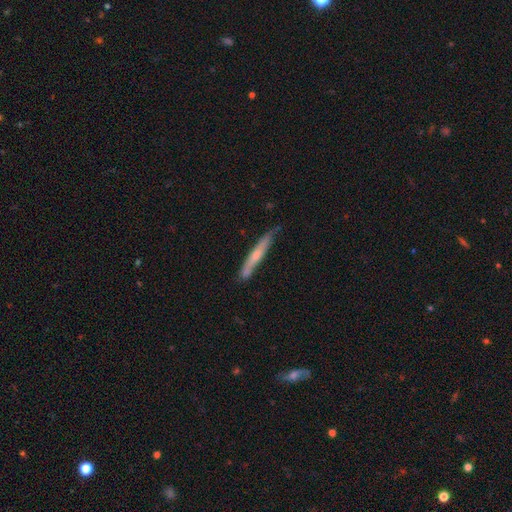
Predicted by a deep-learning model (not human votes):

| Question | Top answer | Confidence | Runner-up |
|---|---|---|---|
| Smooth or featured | featured or disk | 50% | smooth (45%) |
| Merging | none | 74% | minor disturbance (21%) |